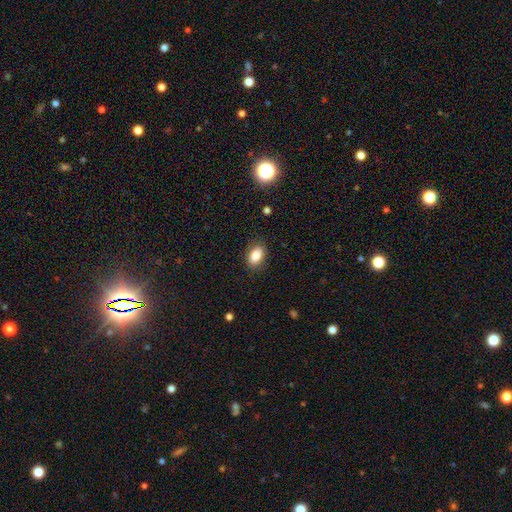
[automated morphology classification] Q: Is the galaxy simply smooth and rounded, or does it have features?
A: smooth — 84%.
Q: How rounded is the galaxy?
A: in between — 87%.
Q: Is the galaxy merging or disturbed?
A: none — 84%.